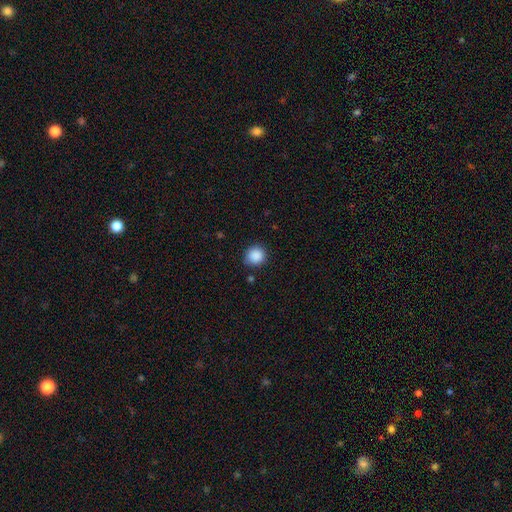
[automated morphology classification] Smooth or featured: smooth — 88% (star or artifact — 9%)
How rounded: round — 90% (in between — 10%)
Merging: none — 81% (minor disturbance — 13%)